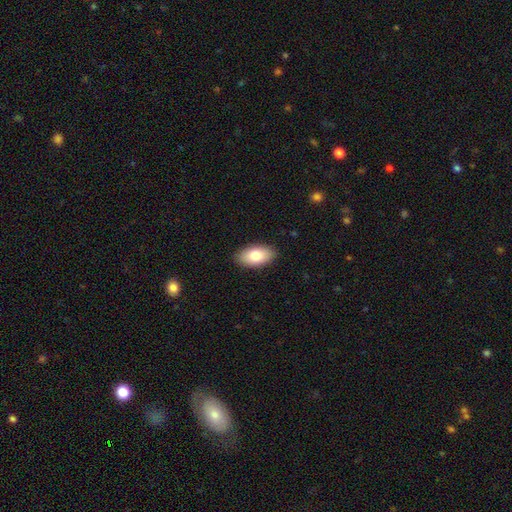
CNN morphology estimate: Overall: smooth (79%). How rounded: in between (94%). Merging: none (89%).